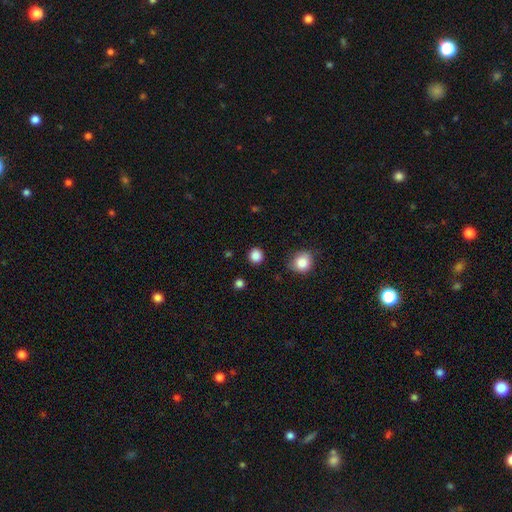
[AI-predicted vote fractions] Morphology: type=smooth (86%); roundness=round (92%); merging=none (89%).